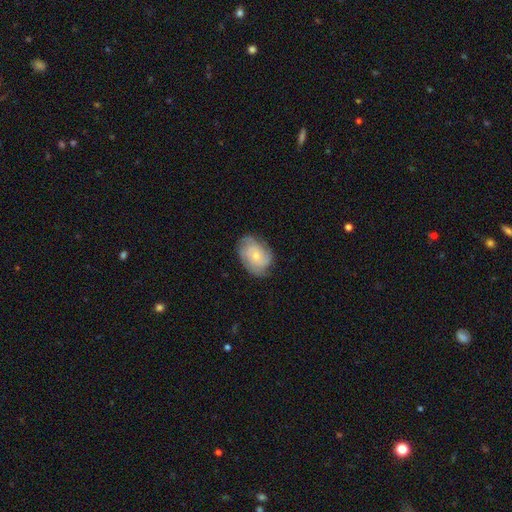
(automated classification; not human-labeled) smooth_or_featured: featured or disk (p=0.55) [alt: smooth p=0.38]
disk_edge_on: no (p=0.97) [alt: yes p=0.03]
bar: no (p=0.78) [alt: weak p=0.20]
has_spiral_arms: yes (p=0.85) [alt: no p=0.15]
bulge_size: small (p=0.63) [alt: moderate p=0.32]
merging: none (p=0.70) [alt: minor disturbance p=0.22]